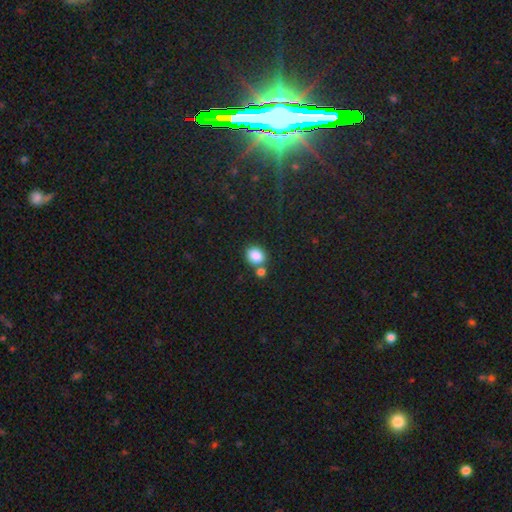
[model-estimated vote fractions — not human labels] A smooth galaxy with no disk features (86%) that is round (55%). Merging: none (64%).